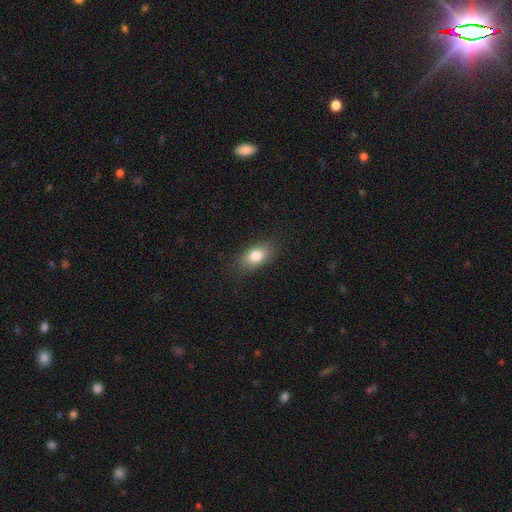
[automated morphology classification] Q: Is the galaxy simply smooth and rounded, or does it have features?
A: smooth — 80%.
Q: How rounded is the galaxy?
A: in between — 86%.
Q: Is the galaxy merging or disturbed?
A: none — 85%.